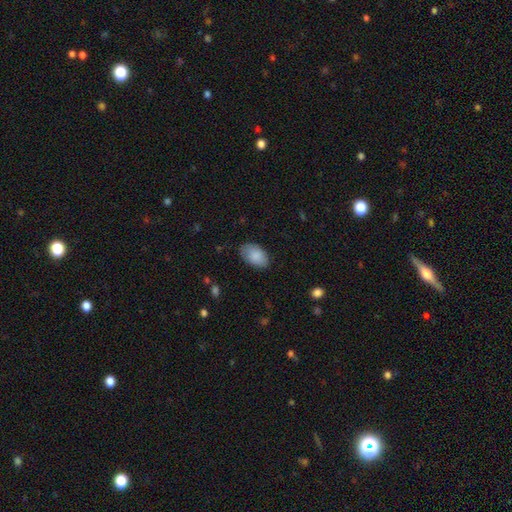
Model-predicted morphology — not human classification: smooth 87%, featured or disk 7%, star or artifact 6%. Down the decision tree: how rounded — in between (94%); merging — none (79%).